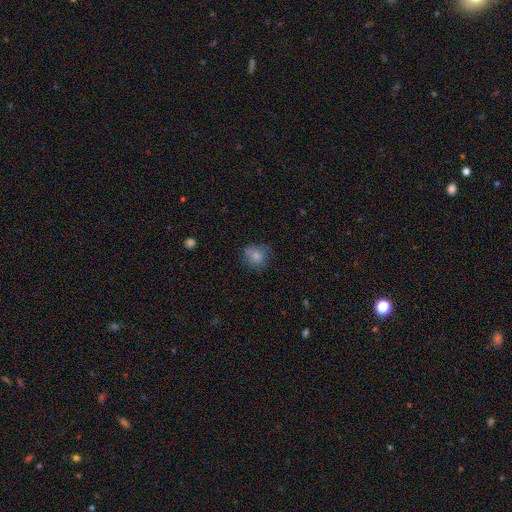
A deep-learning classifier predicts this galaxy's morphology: type=smooth (79%); roundness=round (71%); merging=none (66%).